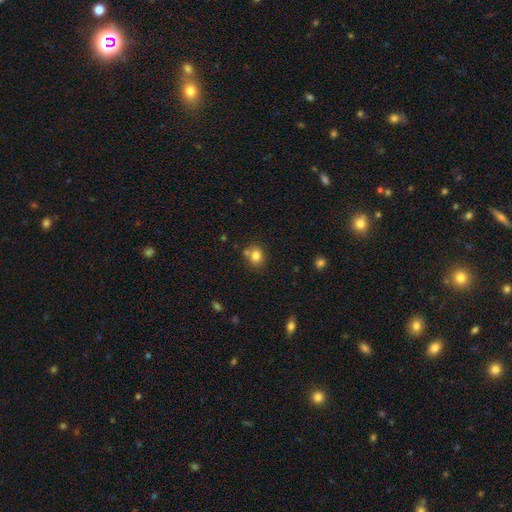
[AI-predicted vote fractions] Q: Smooth or featured?
A: smooth (80%); runner-up: star or artifact (12%)
Q: How rounded?
A: round (66%); runner-up: in between (33%)
Q: Merging?
A: none (65%); runner-up: merger (20%)